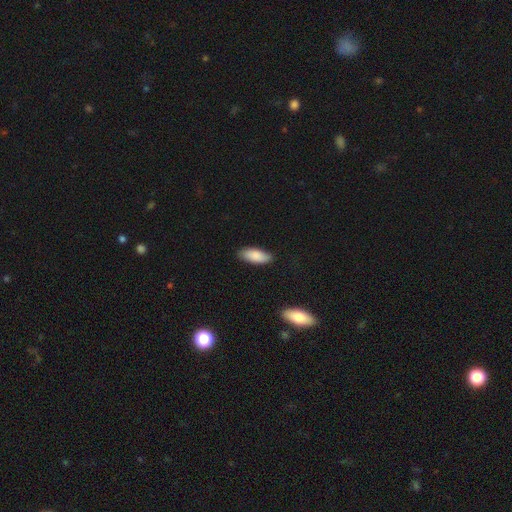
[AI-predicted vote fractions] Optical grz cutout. It shows a smooth galaxy with no disk features (86%) that is in between round and cigar-shaped (80%). Merging: none (84%).